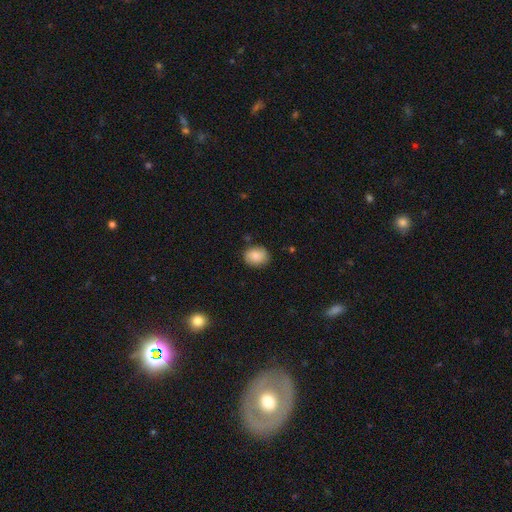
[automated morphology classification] Q: Smooth or featured?
A: smooth (84%); runner-up: star or artifact (8%)
Q: How rounded?
A: round (50%); runner-up: in between (49%)
Q: Merging?
A: none (83%); runner-up: minor disturbance (13%)